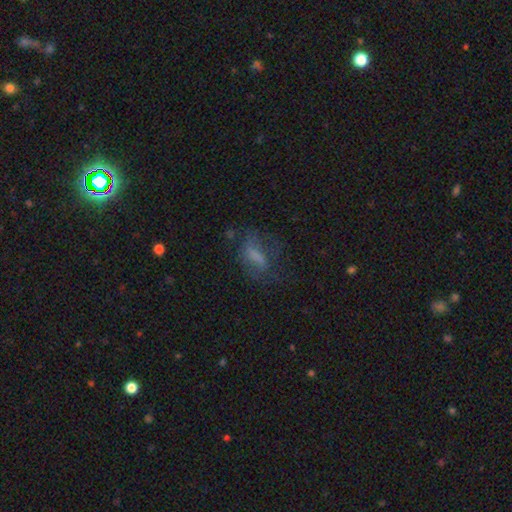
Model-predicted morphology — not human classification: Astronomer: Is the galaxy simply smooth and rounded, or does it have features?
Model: smooth — 53% (runner-up: featured or disk, 31%).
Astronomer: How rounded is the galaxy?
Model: in between — 64%.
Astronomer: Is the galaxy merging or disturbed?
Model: none — 46% (runner-up: major disturbance, 28%).